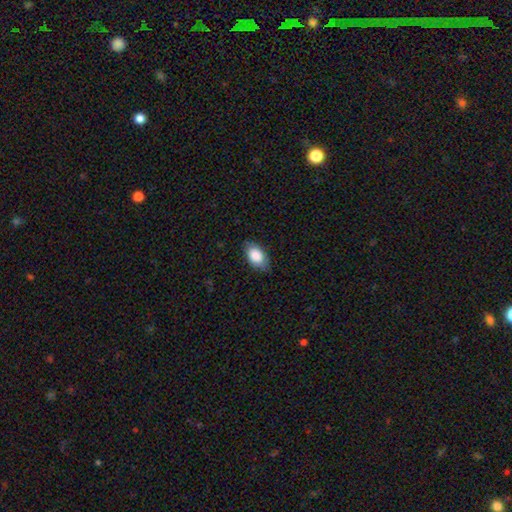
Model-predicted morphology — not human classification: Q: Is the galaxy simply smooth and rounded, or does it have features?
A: smooth — 87%.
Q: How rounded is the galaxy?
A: in between — 93%.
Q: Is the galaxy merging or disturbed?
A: none — 81%.